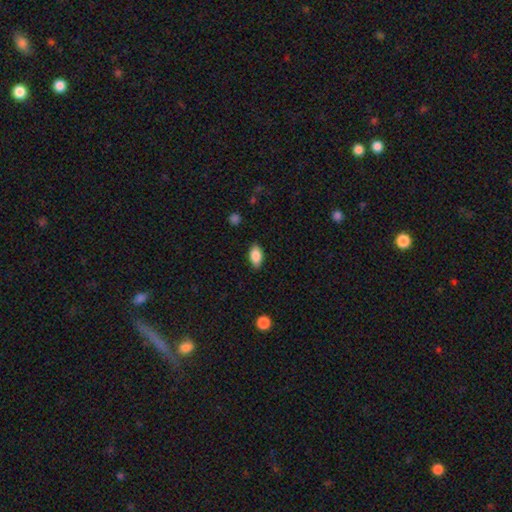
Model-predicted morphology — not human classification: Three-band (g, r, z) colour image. It shows a smooth galaxy with no disk features (86%) that is in between round and cigar-shaped (91%). Merging: none (85%).